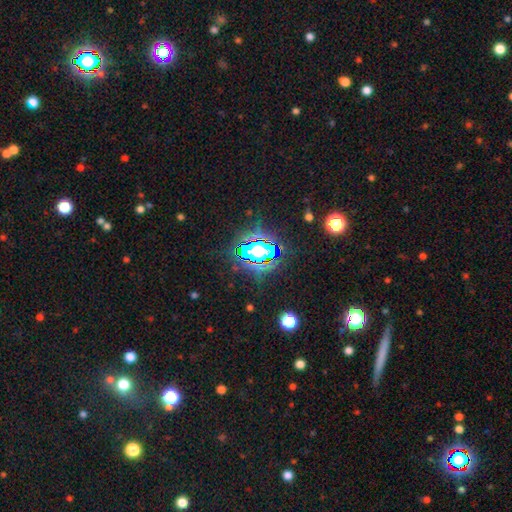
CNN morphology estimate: Smooth or featured? star or artifact (70%)